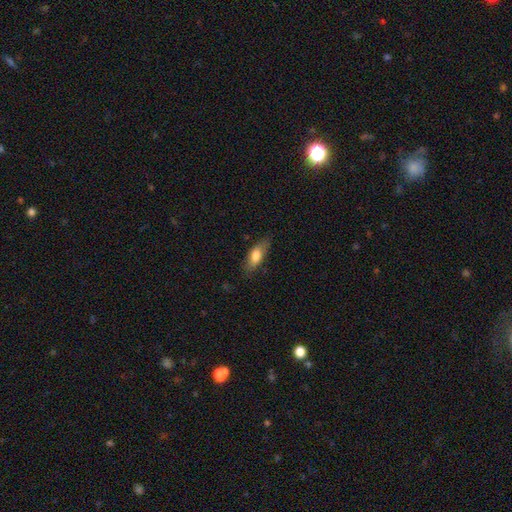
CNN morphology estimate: A smooth galaxy with no disk features (75%) that is in between round and cigar-shaped (74%). Merging: none (74%).